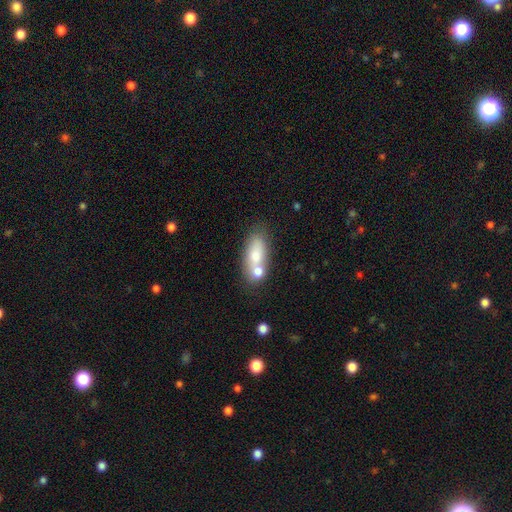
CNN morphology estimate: A smooth galaxy with no disk features (70%) that is in between round and cigar-shaped (77%).

Vote fractions:
- Smooth or featured? smooth: 70% / featured or disk: 22% / star or artifact: 8%
- How rounded? in between: 77% / cigar-shaped: 14% / round: 9%
- Merging? none: 42% / merger: 40% / minor disturbance: 13% / major disturbance: 5%